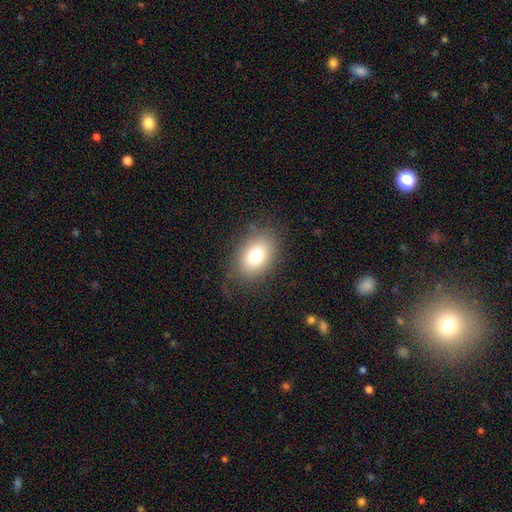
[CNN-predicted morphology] Smooth or featured?
  - smooth: 76% *
  - featured or disk: 13%
  - star or artifact: 10%
How rounded?
  - in between: 75% *
  - round: 24%
  - cigar-shaped: 1%
Merging?
  - none: 79% *
  - minor disturbance: 14%
  - major disturbance: 6%
  - merger: 1%